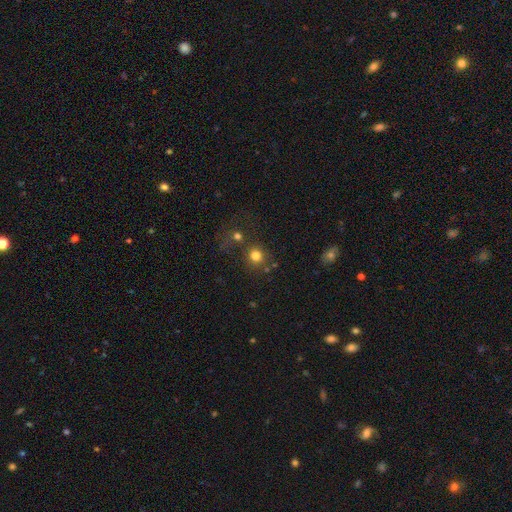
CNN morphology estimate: Smooth or featured? Predicted: smooth (p=0.77). How rounded? Predicted: round (p=0.89). Merging? Predicted: none (p=0.69).